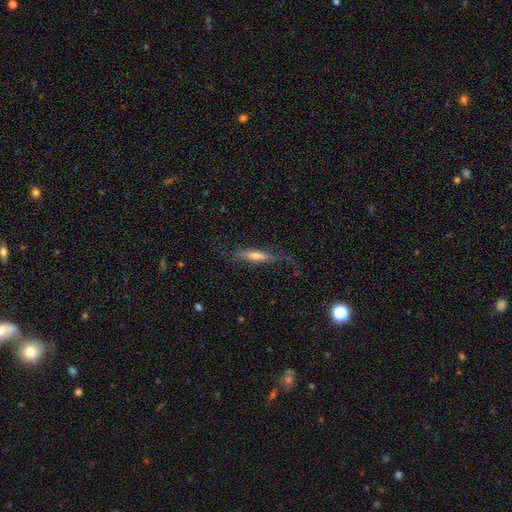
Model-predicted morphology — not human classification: This is possibly a featured or disk galaxy (54%). It is likely viewed edge-on (80%). Merging: possibly none (59%).